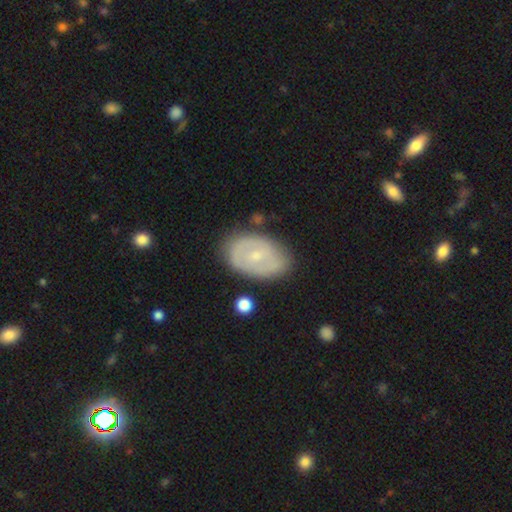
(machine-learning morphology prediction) Smooth or featured?
  - featured or disk: 57% *
  - smooth: 37%
  - star or artifact: 6%
Edge-on disk?
  - no: 94% *
  - yes: 6%
Bar?
  - no: 59% *
  - weak: 33%
  - strong: 8%
Spiral arms?
  - no: 53% *
  - yes: 47%
Bulge size?
  - small: 67% *
  - moderate: 27%
  - none: 3%
  - large: 1%
  - dominant: 1%
Merging?
  - none: 76% *
  - minor disturbance: 17%
  - major disturbance: 5%
  - merger: 2%